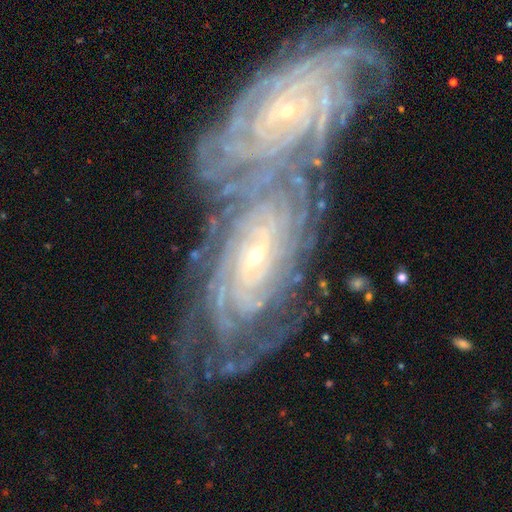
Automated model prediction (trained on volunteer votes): Smooth or featured: featured or disk — 90% (star or artifact — 6%)
Edge-on disk: no — 95% (yes — 5%)
Bar: no — 43% (weak — 35%)
Spiral arms: yes — 98% (no — 2%)
Spiral winding: tight — 84% (medium — 13%)
Spiral arm count: more than 4 — 31% (can't tell — 22%)
Bulge size: small — 80% (moderate — 16%)
Merging: merger — 41% (none — 39%)